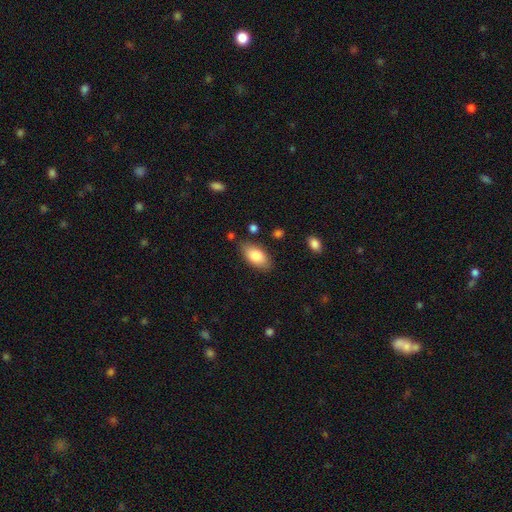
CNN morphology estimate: smooth_or_featured: smooth (p=0.83) [alt: featured or disk p=0.11]
how_rounded: in between (p=0.92) [alt: cigar-shaped p=0.05]
merging: none (p=0.81) [alt: minor disturbance p=0.13]